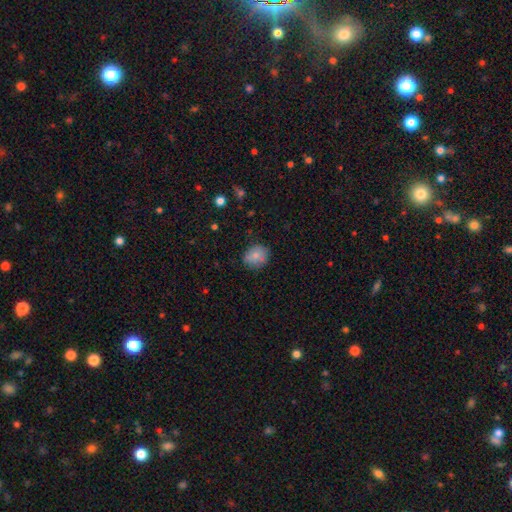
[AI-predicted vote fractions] Smooth or featured?
  - smooth: 81% *
  - featured or disk: 11%
  - star or artifact: 9%
How rounded?
  - round: 69% *
  - in between: 30%
  - cigar-shaped: 1%
Merging?
  - none: 77% *
  - minor disturbance: 18%
  - major disturbance: 4%
  - merger: 1%